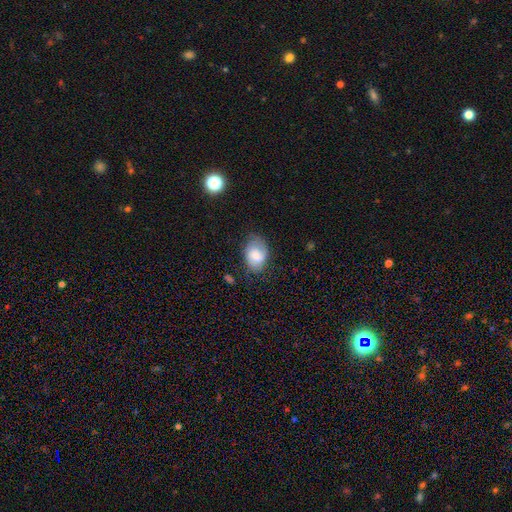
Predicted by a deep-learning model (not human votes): Smooth or featured: smooth — 64% (featured or disk — 28%)
How rounded: in between — 81% (round — 18%)
Merging: none — 66% (minor disturbance — 25%)